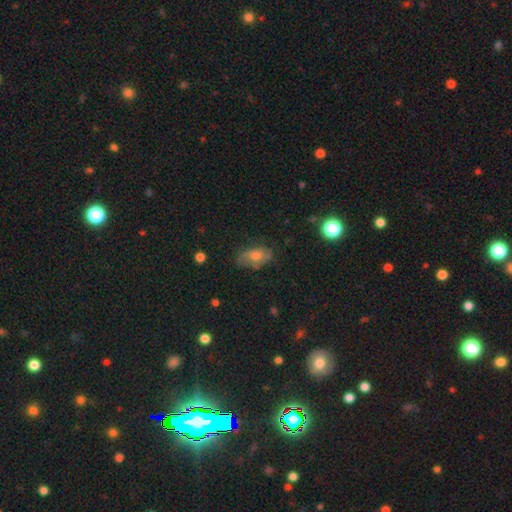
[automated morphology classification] Overall: smooth (51%; featured or disk 33%). How rounded: in between (85%). Merging: none (69%).